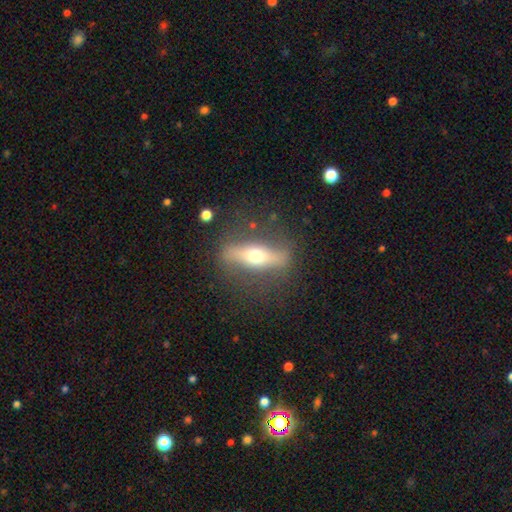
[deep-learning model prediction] featured or disk 61%, smooth 32%, star or artifact 7%. Down the decision tree: edge-on disk — yes (71%); merging — none (79%).